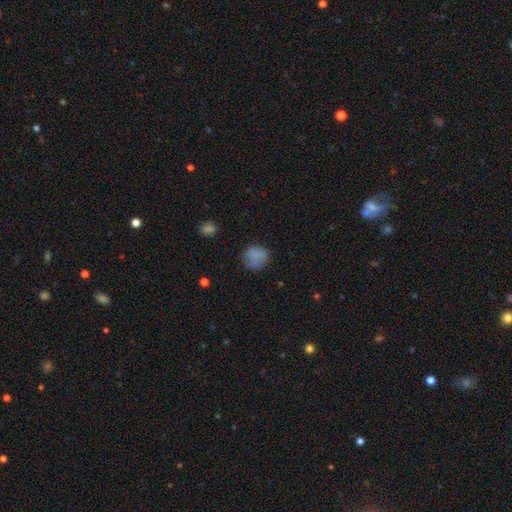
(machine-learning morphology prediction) Smooth or featured? Predicted: smooth (p=0.79). How rounded? Predicted: round (p=0.76). Merging? Predicted: none (p=0.67).